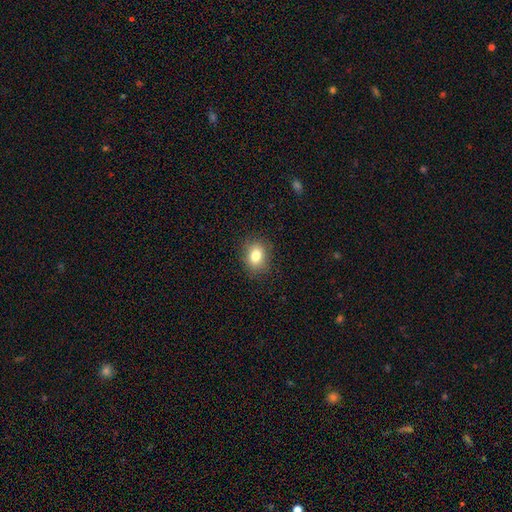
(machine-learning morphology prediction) type=smooth (81%); roundness=in between (54%); merging=none (86%).